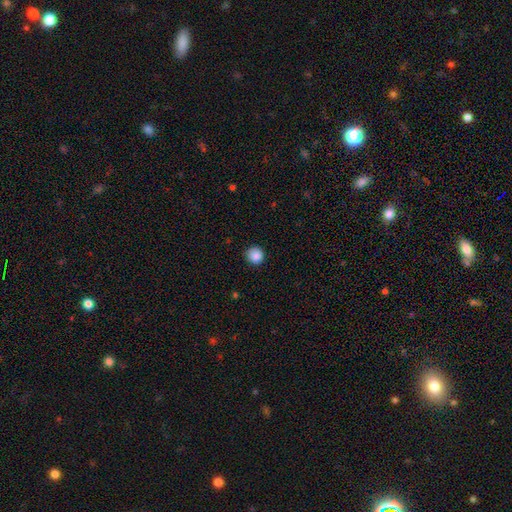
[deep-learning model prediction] This is clearly a smooth galaxy (87%). How rounded: clearly round (94%). Merging: clearly none (87%).